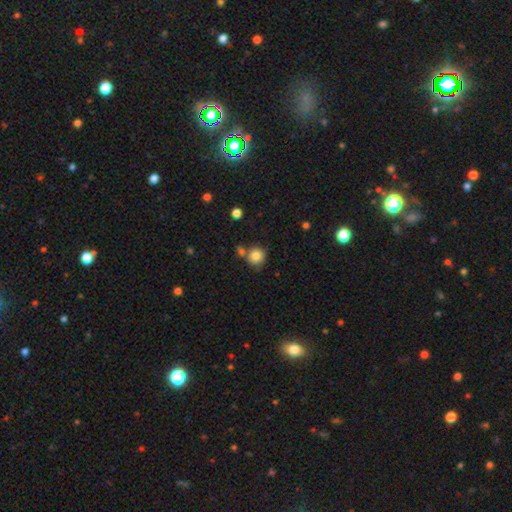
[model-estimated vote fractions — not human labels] A smooth galaxy with no disk features (83%) that is round (90%).

Vote fractions:
- Smooth or featured? smooth: 83% / star or artifact: 10% / featured or disk: 7%
- How rounded? round: 90% / in between: 9% / cigar-shaped: 1%
- Merging? none: 64% / merger: 19% / minor disturbance: 13% / major disturbance: 4%